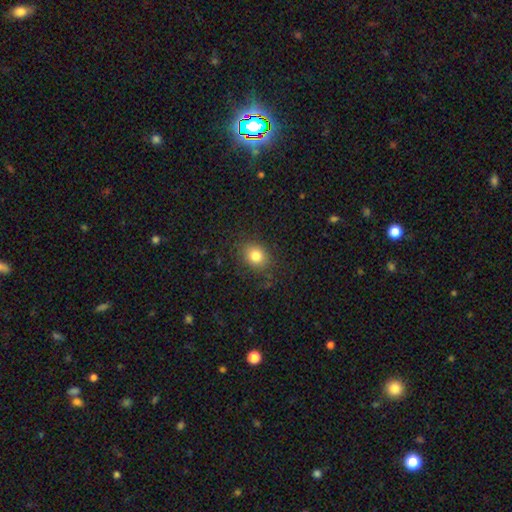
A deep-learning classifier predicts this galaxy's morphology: Smooth or featured: smooth — 81% (star or artifact — 12%)
How rounded: round — 55% (in between — 44%)
Merging: none — 84% (minor disturbance — 11%)